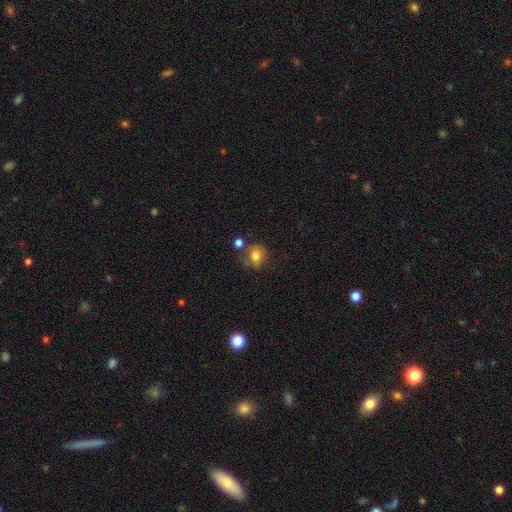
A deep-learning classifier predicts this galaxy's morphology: Overall: smooth (78%). How rounded: round (69%; in between 30%). Merging: none (62%).